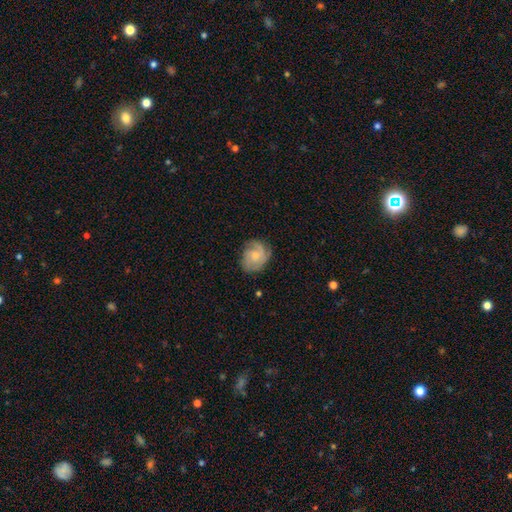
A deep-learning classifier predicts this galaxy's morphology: smooth-or-featured: featured or disk: 63% | smooth: 31% | star or artifact: 7%
  disk-edge-on: no: 98% | yes: 2%
    bar: no: 71% | weak: 26% | strong: 3%
    has-spiral-arms: yes: 91% | no: 9%
      spiral-winding: tight: 45% | medium: 40% | loose: 15%
      spiral-arm-count: 2: 31% | 3: 27% | can't tell: 24% | 1: 9% | 4: 5% | more than 4: 4%
    bulge-size: small: 54% | moderate: 39% | none: 5% | large: 2% | dominant: 1%
  merging: none: 68% | minor disturbance: 22% | major disturbance: 8% | merger: 1%